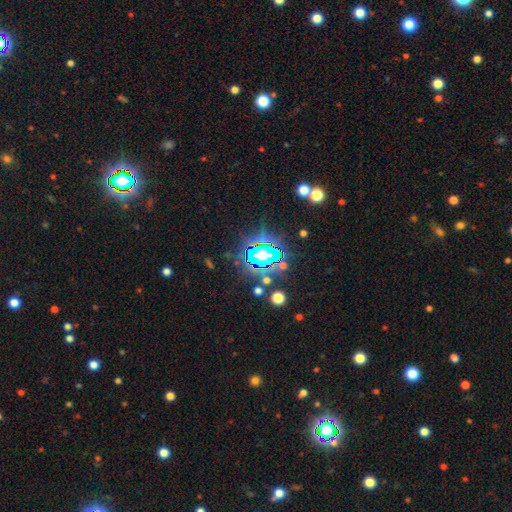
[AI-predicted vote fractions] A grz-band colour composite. It shows a star or artifact, not a galaxy (76%).